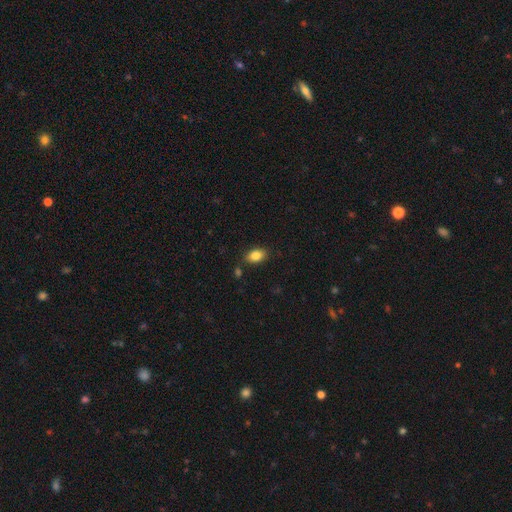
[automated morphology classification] Smooth or featured? Predicted: smooth (p=0.85). How rounded? Predicted: in between (p=0.87). Merging? Predicted: none (p=0.84).